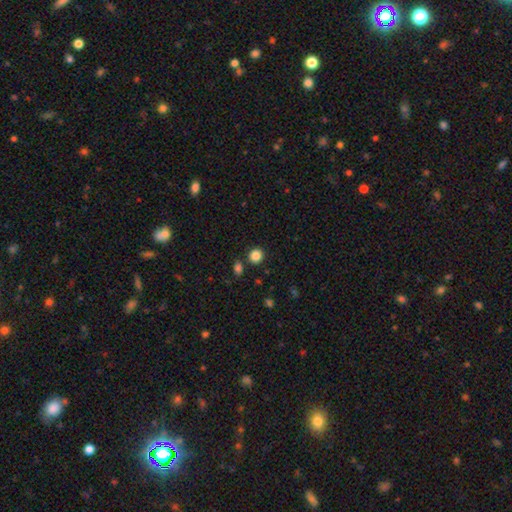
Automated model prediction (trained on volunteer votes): Morphology: type=smooth (85%); roundness=round (86%); merging=none (85%).